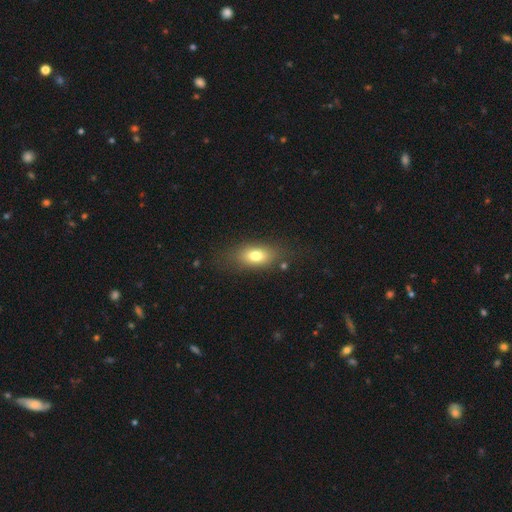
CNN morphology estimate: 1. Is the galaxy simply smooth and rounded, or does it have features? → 75% smooth, 15% featured or disk, 9% star or artifact.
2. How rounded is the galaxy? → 81% in between, 11% round, 8% cigar-shaped.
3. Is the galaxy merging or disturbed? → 75% none, 16% minor disturbance, 7% major disturbance, 2% merger.